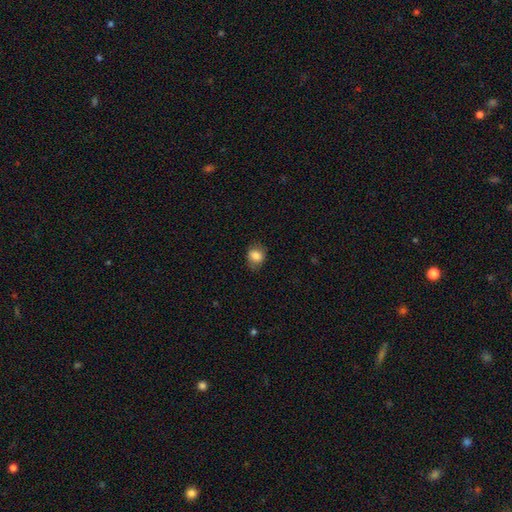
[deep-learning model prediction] smooth_or_featured: smooth (p=0.83) [alt: featured or disk p=0.09]
how_rounded: round (p=0.54) [alt: in between p=0.45]
merging: none (p=0.71) [alt: minor disturbance p=0.21]